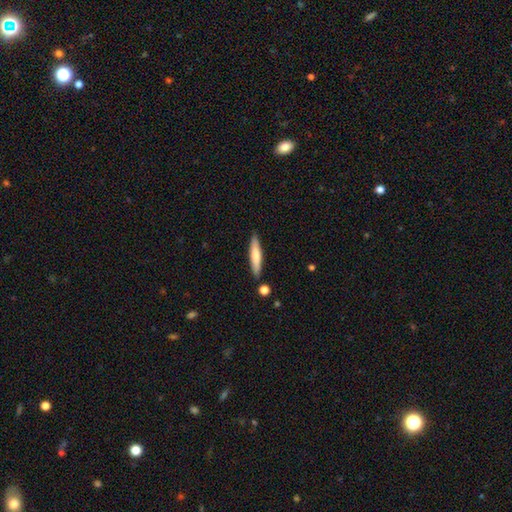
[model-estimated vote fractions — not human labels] The model was most divided on "smooth or featured": smooth: 67%, featured or disk: 28%, star or artifact: 6%. More confident: how rounded — cigar-shaped (87%); merging — none (86%).